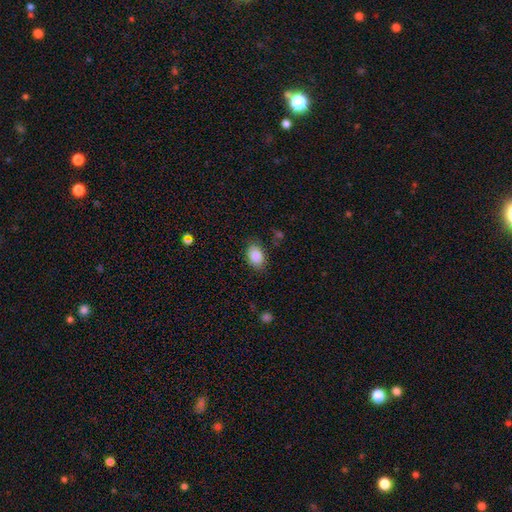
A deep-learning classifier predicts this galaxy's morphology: This appears to be a smooth galaxy with no disk features (86%) that is in between round and cigar-shaped (83%). Merging: none (82%).